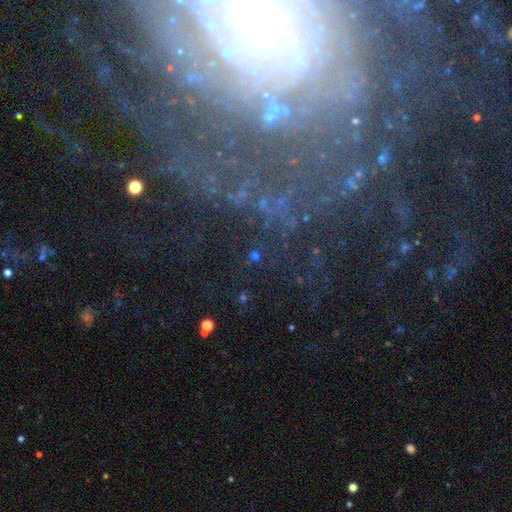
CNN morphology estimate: A star or artifact, not a galaxy (50%).

Vote fractions:
- Smooth or featured? star or artifact: 50% / featured or disk: 29% / smooth: 21%